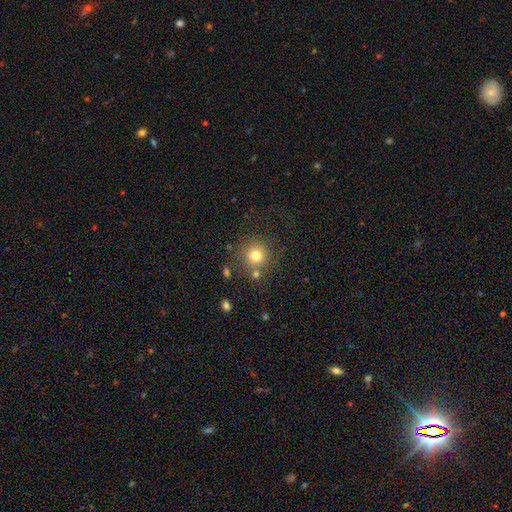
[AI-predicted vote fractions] A smooth galaxy with no disk features (78%) that is round (92%).

Vote fractions:
- Smooth or featured? smooth: 78% / star or artifact: 13% / featured or disk: 9%
- How rounded? round: 92% / in between: 7% / cigar-shaped: 1%
- Merging? none: 75% / minor disturbance: 11% / merger: 10% / major disturbance: 5%